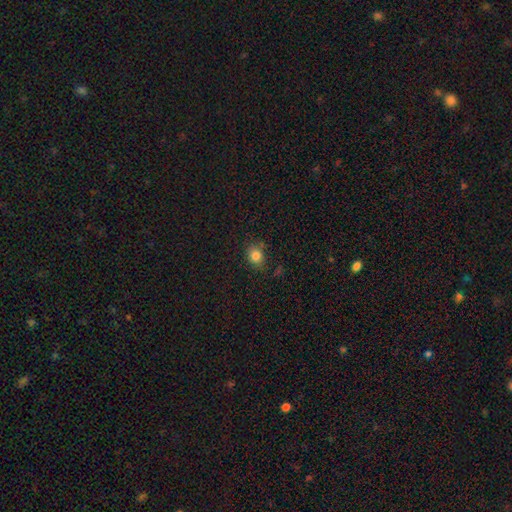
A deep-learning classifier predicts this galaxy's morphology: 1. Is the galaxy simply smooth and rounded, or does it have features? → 82% smooth, 12% star or artifact, 6% featured or disk.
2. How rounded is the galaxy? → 65% round, 34% in between, 1% cigar-shaped.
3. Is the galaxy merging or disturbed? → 75% none, 16% minor disturbance, 4% merger, 4% major disturbance.